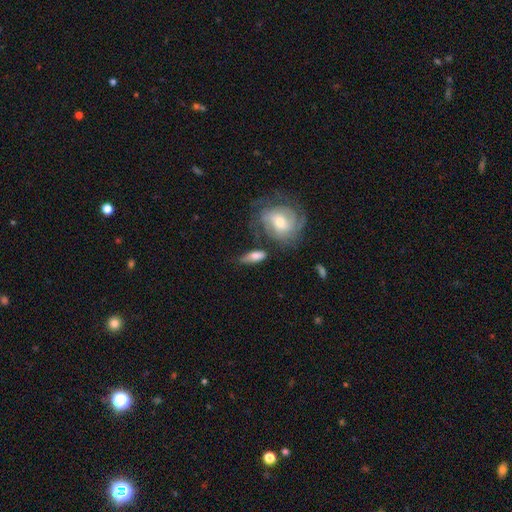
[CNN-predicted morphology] Smooth or featured? smooth (61%)
How rounded? in between (65%)
Merging? none (55%)